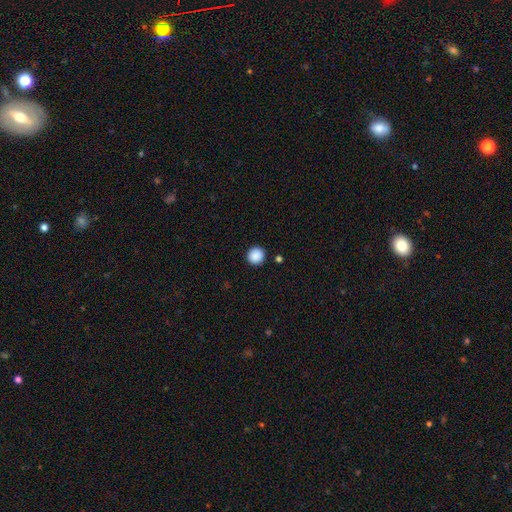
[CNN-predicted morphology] A smooth galaxy with no disk features (89%) that is round (95%).

Vote fractions:
- Smooth or featured? smooth: 89% / star or artifact: 9% / featured or disk: 2%
- How rounded? round: 95% / in between: 4% / cigar-shaped: 1%
- Merging? none: 92% / minor disturbance: 5% / major disturbance: 2% / merger: 2%